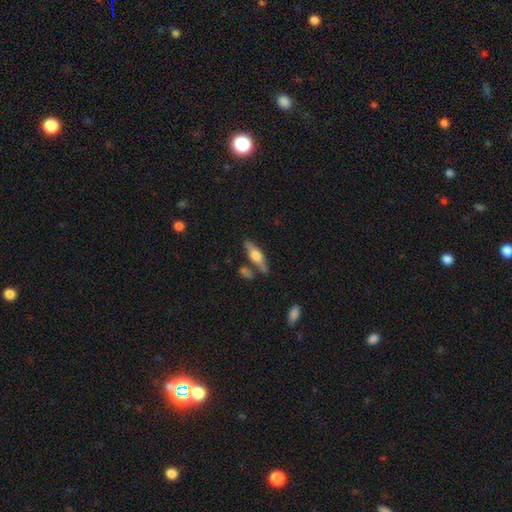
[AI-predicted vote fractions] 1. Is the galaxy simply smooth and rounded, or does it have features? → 53% featured or disk, 41% smooth, 6% star or artifact.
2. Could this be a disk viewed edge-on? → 91% yes, 9% no.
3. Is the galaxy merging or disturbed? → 72% none, 14% minor disturbance, 10% merger, 4% major disturbance.